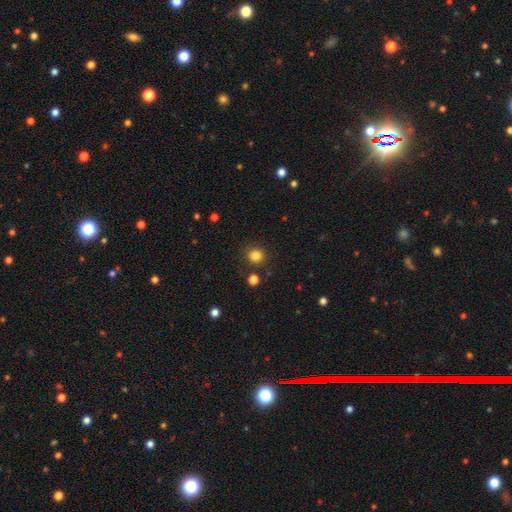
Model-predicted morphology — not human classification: The model was most divided on "smooth or featured": smooth: 82%, star or artifact: 14%, featured or disk: 4%. More confident: how rounded — round (91%); merging — none (87%).